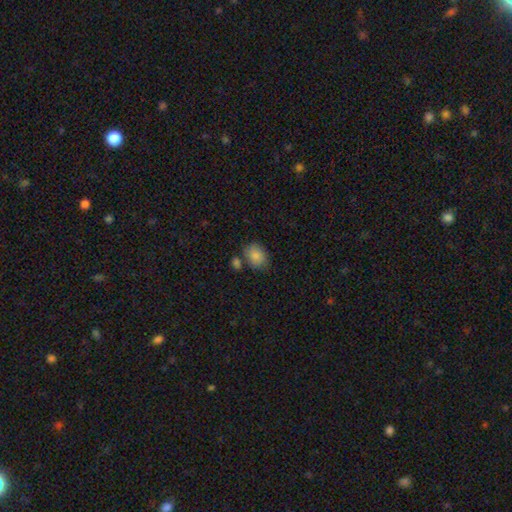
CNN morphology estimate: The model was most divided on "how rounded": in between: 66%, round: 33%, cigar-shaped: 1%. More confident: smooth or featured — smooth (87%); merging — none (65%).